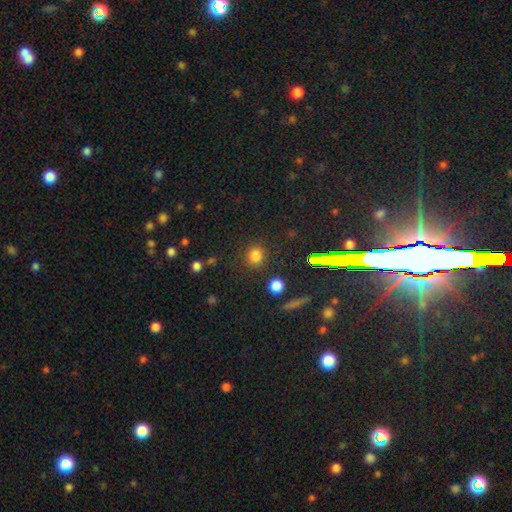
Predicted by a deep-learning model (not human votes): The model was most divided on "how rounded": round: 77%, in between: 21%, cigar-shaped: 1%. More confident: merging — none (84%); smooth or featured — smooth (78%).